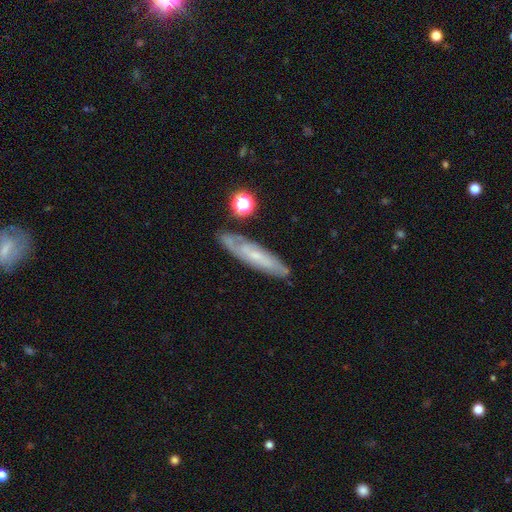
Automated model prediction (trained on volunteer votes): This is likely a featured or disk galaxy (63%). It is likely not viewed edge-on (62%). Merging: likely none (72%).